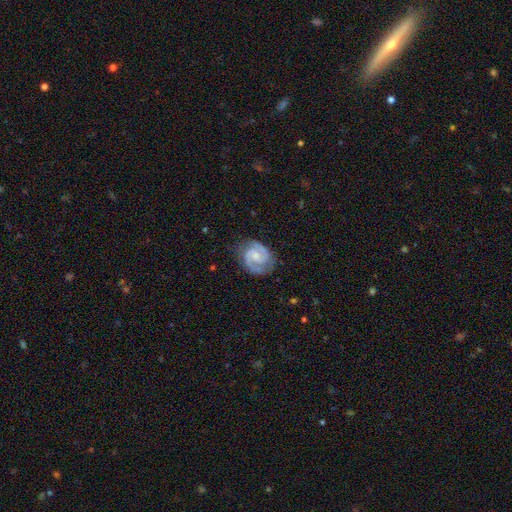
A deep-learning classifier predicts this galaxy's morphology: Smooth or featured? Predicted: featured or disk (p=0.90). Edge-on disk? Predicted: no (p=0.98). Bar? Predicted: no (p=0.50). Spiral arms? Predicted: yes (p=0.98). Spiral winding? Predicted: tight (p=0.47). Spiral arm count? Predicted: 2 (p=0.92). Bulge size? Predicted: small (p=0.51). Merging? Predicted: none (p=0.79).